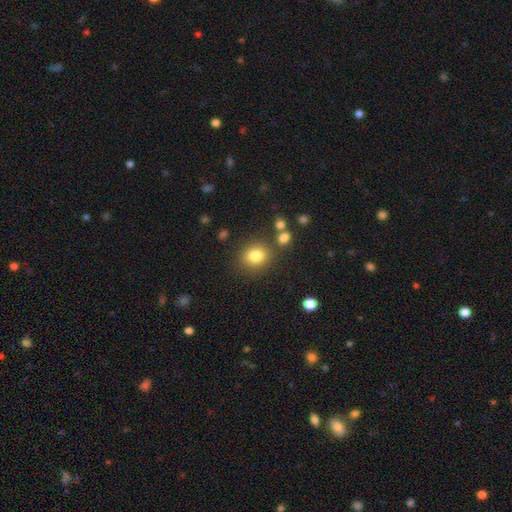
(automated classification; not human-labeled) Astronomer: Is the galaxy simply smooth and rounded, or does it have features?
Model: smooth — 81%.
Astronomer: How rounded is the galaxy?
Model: round — 70%.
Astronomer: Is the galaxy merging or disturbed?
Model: none — 79%.